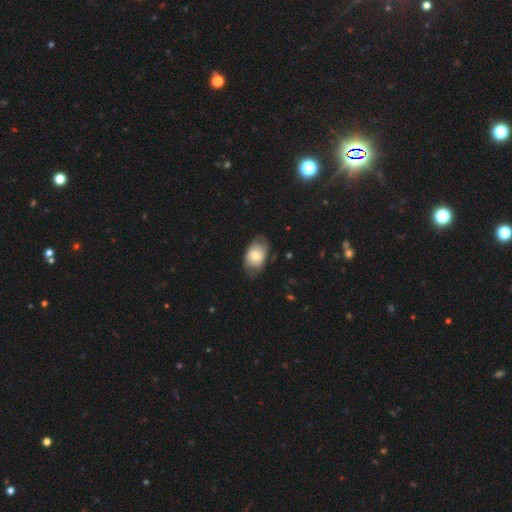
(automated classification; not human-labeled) Smooth or featured: smooth — 68% (featured or disk — 26%)
How rounded: in between — 88% (round — 11%)
Merging: none — 70% (minor disturbance — 23%)